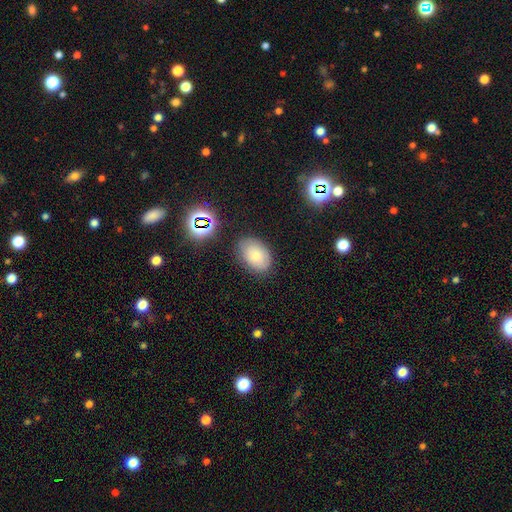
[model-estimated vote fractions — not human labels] A smooth galaxy with no disk features (73%) that is in between round and cigar-shaped (85%).

Vote fractions:
- Smooth or featured? smooth: 73% / featured or disk: 16% / star or artifact: 11%
- How rounded? in between: 85% / round: 14% / cigar-shaped: 1%
- Merging? none: 79% / minor disturbance: 16% / major disturbance: 4% / merger: 2%